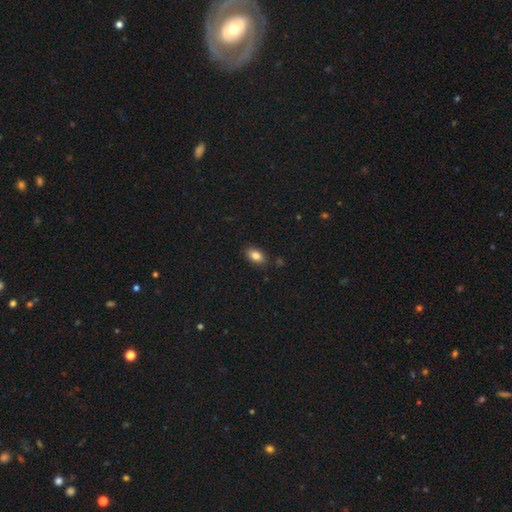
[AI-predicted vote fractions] Overall: smooth (85%). How rounded: in between (89%). Merging: none (86%).